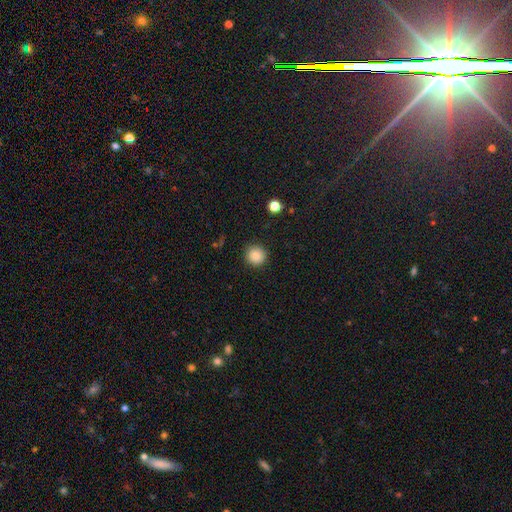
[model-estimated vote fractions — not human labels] Overall: smooth (86%). How rounded: round (95%). Merging: none (92%).